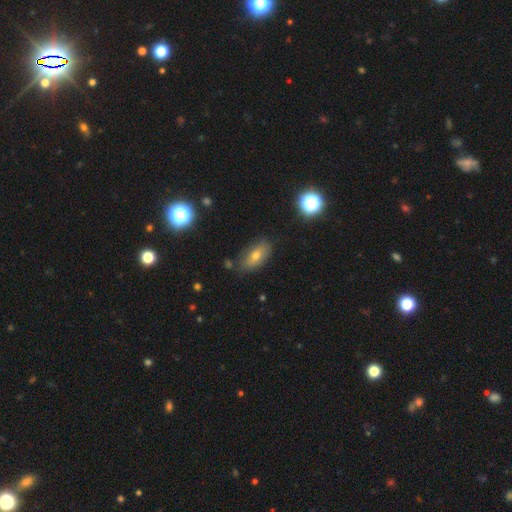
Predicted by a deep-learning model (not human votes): Q: Smooth or featured?
A: smooth (66%); runner-up: featured or disk (21%)
Q: How rounded?
A: in between (82%); runner-up: cigar-shaped (10%)
Q: Merging?
A: none (78%); runner-up: minor disturbance (15%)